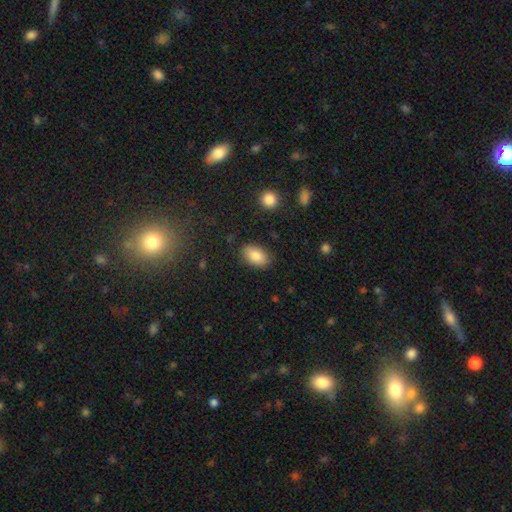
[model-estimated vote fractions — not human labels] This appears to be a smooth galaxy with no disk features (84%) that is in between round and cigar-shaped (92%). Merging: none (86%).